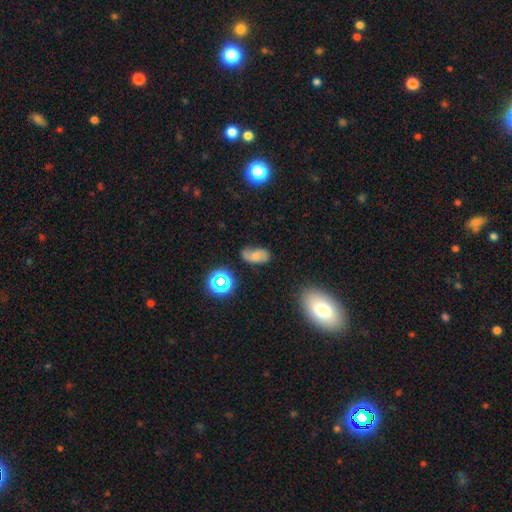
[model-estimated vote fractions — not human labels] Q: Smooth or featured?
A: smooth (54%); runner-up: featured or disk (30%)
Q: How rounded?
A: in between (89%); runner-up: round (8%)
Q: Merging?
A: none (53%); runner-up: minor disturbance (31%)